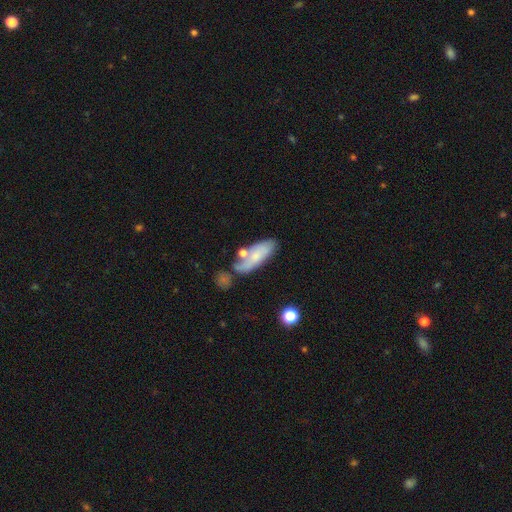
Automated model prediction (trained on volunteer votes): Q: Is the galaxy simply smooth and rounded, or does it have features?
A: smooth — 59%.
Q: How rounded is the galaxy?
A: in between — 73%.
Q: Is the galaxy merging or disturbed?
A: none — 41%.